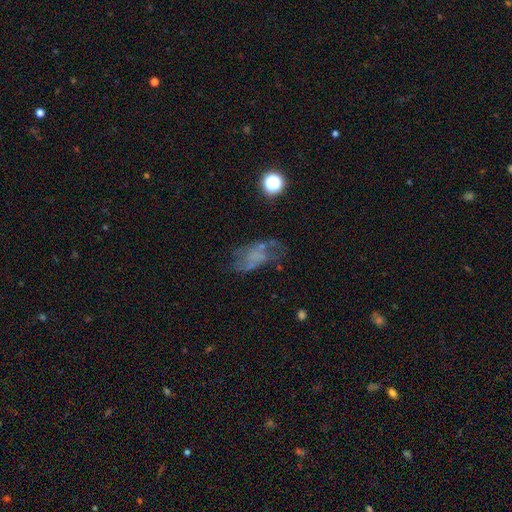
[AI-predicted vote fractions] This appears to be a featured or disk galaxy (50%). Merging: none (46%).